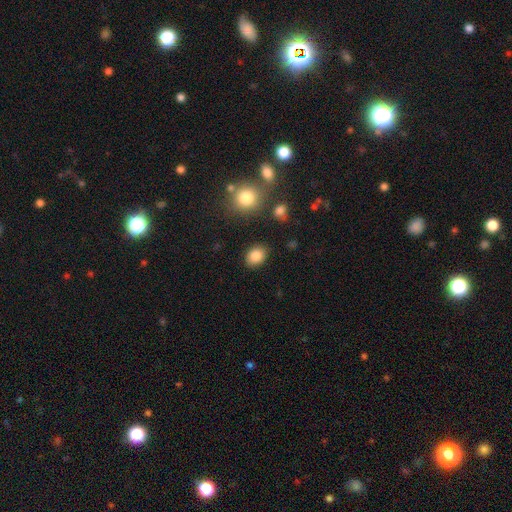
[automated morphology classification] A smooth galaxy with no disk features (85%) that is in between round and cigar-shaped (65%).

Vote fractions:
- Smooth or featured? smooth: 85% / star or artifact: 9% / featured or disk: 6%
- How rounded? in between: 65% / round: 34% / cigar-shaped: 1%
- Merging? none: 85% / minor disturbance: 10% / major disturbance: 3% / merger: 2%